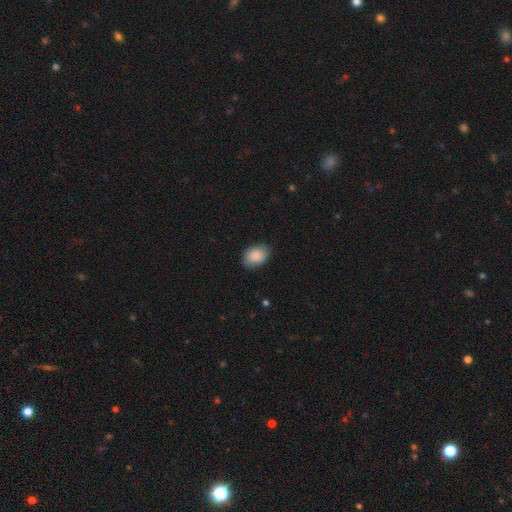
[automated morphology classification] A smooth galaxy with no disk features (89%) that is in between round and cigar-shaped (81%). Merging: none (83%).